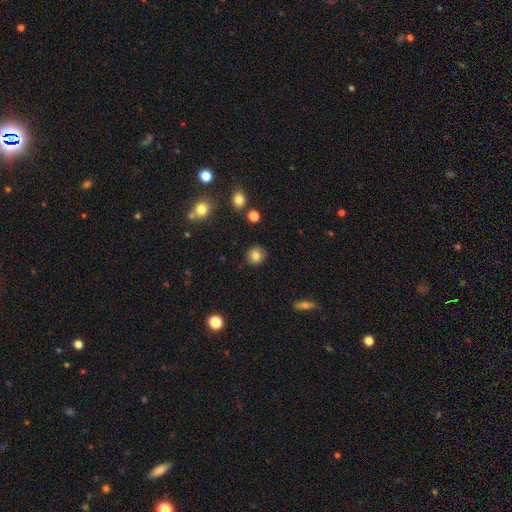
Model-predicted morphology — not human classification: Smooth or featured?
  - smooth: 82% *
  - star or artifact: 10%
  - featured or disk: 8%
How rounded?
  - round: 88% *
  - in between: 11%
  - cigar-shaped: 1%
Merging?
  - none: 88% *
  - minor disturbance: 8%
  - major disturbance: 2%
  - merger: 2%